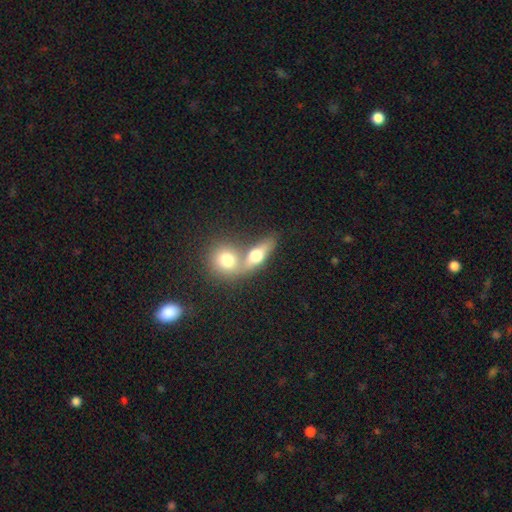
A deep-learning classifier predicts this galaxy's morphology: This is likely a smooth galaxy (62%). How rounded: possibly in between (54%). Merging: possibly merger (58%).